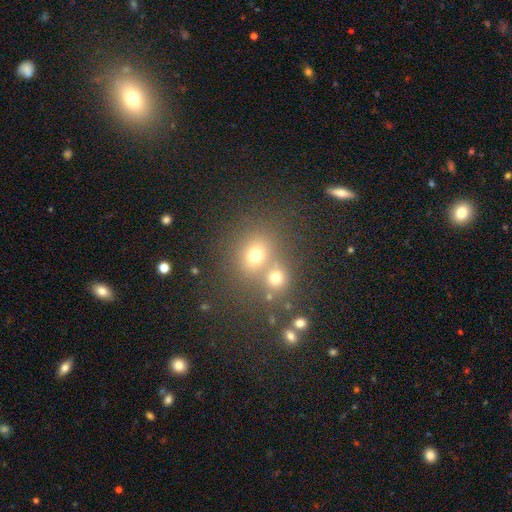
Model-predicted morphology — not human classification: Q: Smooth or featured?
A: smooth (66%); runner-up: star or artifact (21%)
Q: How rounded?
A: round (68%); runner-up: in between (31%)
Q: Merging?
A: none (48%); runner-up: merger (40%)